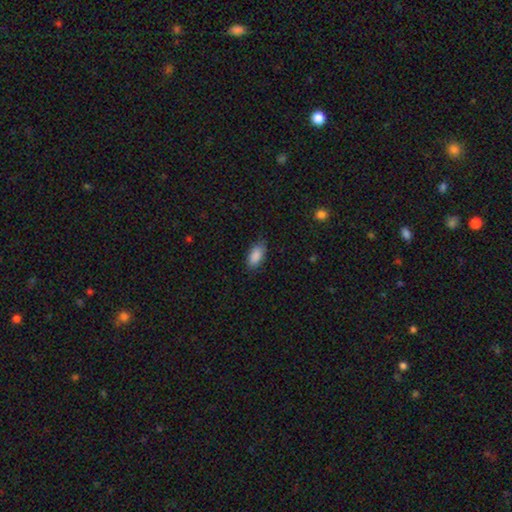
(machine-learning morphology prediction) smooth_or_featured: smooth (p=0.89) [alt: star or artifact p=0.07]
how_rounded: in between (p=0.90) [alt: cigar-shaped p=0.07]
merging: none (p=0.79) [alt: minor disturbance p=0.16]